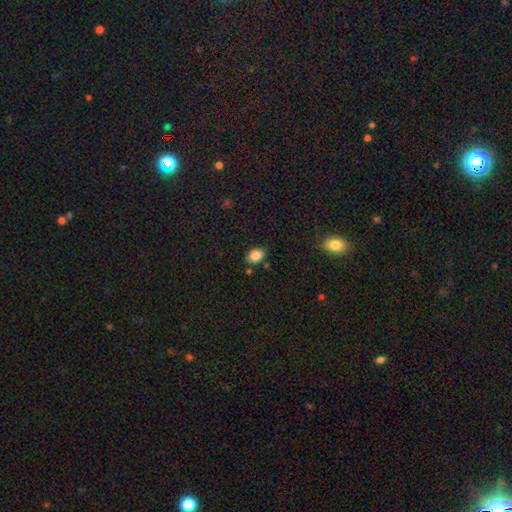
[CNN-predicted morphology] type=smooth (85%); roundness=in between (76%); merging=none (77%).